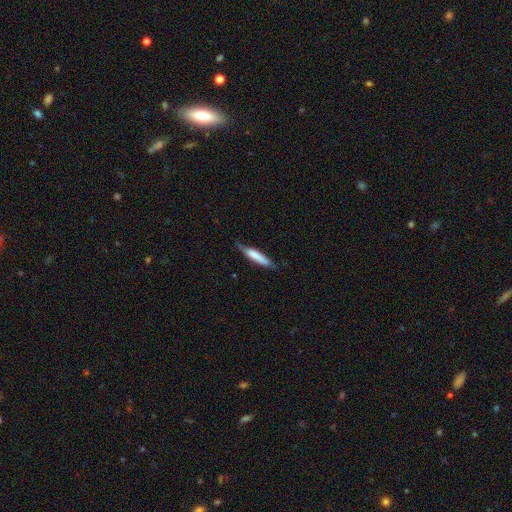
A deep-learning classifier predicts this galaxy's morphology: Smooth or featured?
  - smooth: 68% *
  - featured or disk: 27%
  - star or artifact: 6%
How rounded?
  - cigar-shaped: 87% *
  - in between: 11%
  - round: 1%
Merging?
  - none: 61% *
  - minor disturbance: 30%
  - major disturbance: 7%
  - merger: 2%